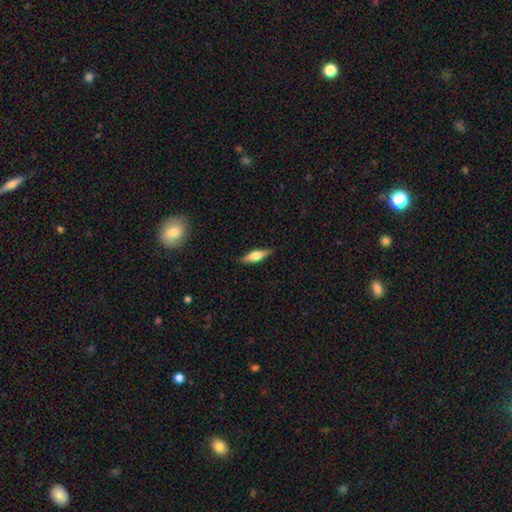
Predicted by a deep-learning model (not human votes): smooth_or_featured: smooth (p=0.48) [alt: featured or disk p=0.46]
merging: none (p=0.88) [alt: minor disturbance p=0.09]